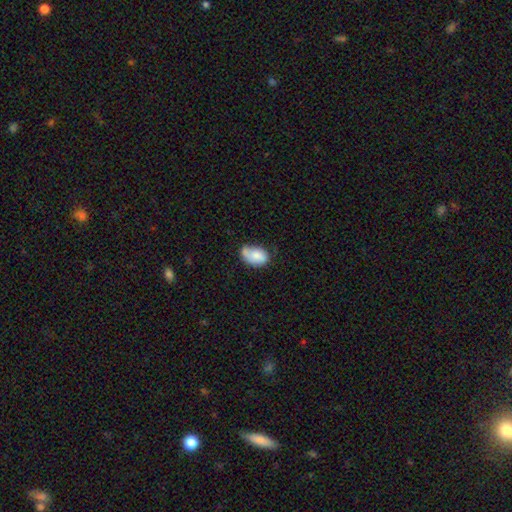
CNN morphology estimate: type=smooth (71%); roundness=in between (87%); merging=none (43%).